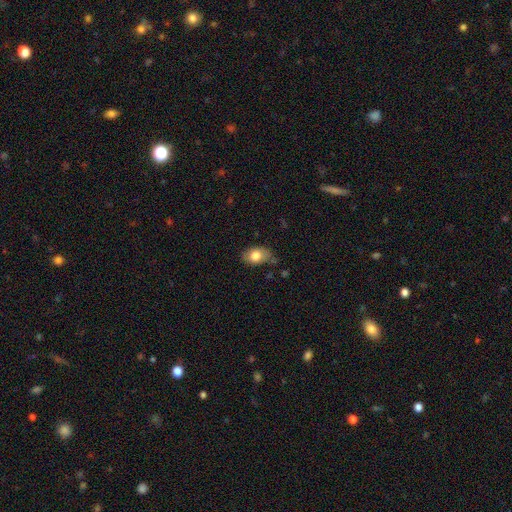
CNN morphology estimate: smooth-or-featured: smooth: 79% | featured or disk: 13% | star or artifact: 8%
  how-rounded: in between: 83% | round: 16% | cigar-shaped: 1%
  merging: none: 67% | minor disturbance: 24% | major disturbance: 5% | merger: 3%